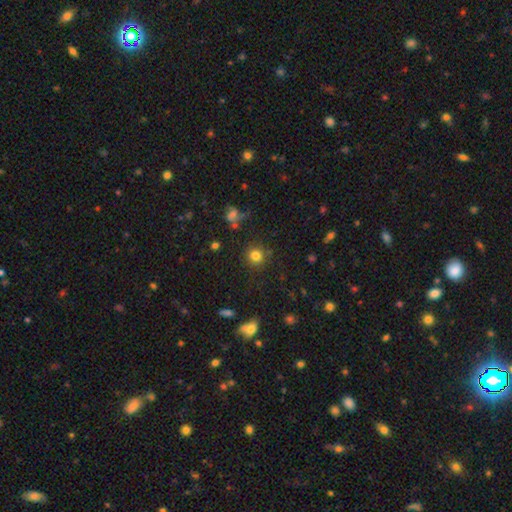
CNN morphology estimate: Smooth or featured?
  - smooth: 80% *
  - star or artifact: 14%
  - featured or disk: 6%
How rounded?
  - round: 91% *
  - in between: 8%
  - cigar-shaped: 1%
Merging?
  - none: 86% *
  - minor disturbance: 8%
  - major disturbance: 3%
  - merger: 3%